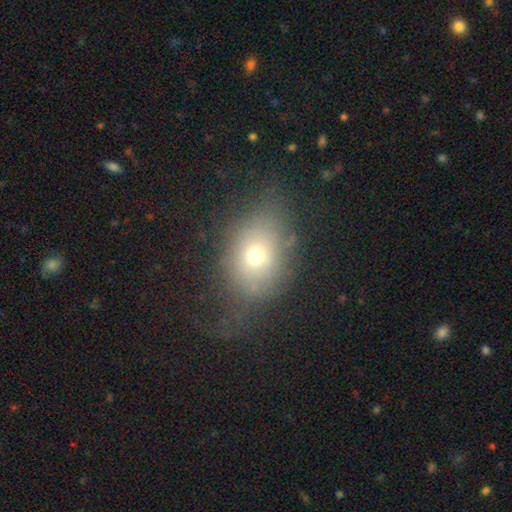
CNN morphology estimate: Smooth or featured: smooth — 65% (featured or disk — 20%)
How rounded: in between — 56% (round — 43%)
Merging: none — 52% (minor disturbance — 23%)